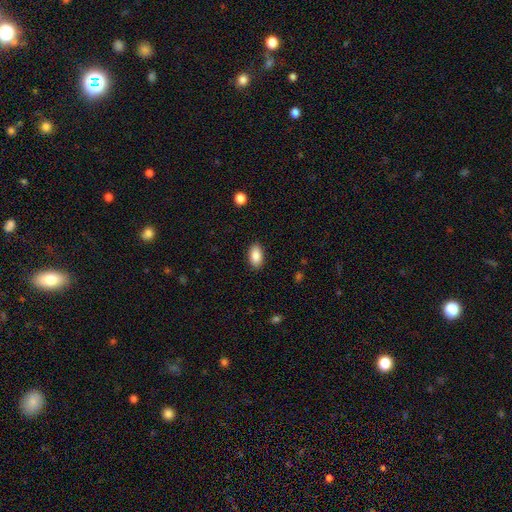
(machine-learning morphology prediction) smooth 88%, star or artifact 7%, featured or disk 5%. Down the decision tree: how rounded — in between (93%); merging — none (89%).